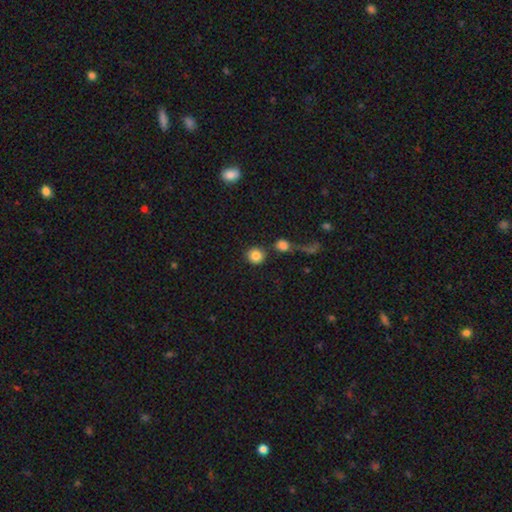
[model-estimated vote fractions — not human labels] Q: Smooth or featured?
A: smooth (85%); runner-up: star or artifact (8%)
Q: How rounded?
A: round (91%); runner-up: in between (8%)
Q: Merging?
A: none (74%); runner-up: merger (13%)